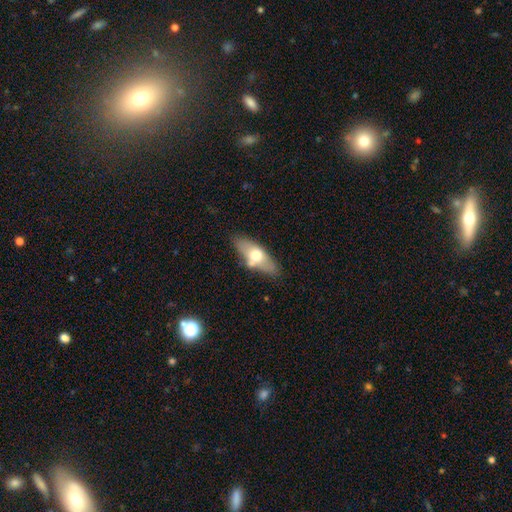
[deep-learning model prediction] Smooth or featured? smooth (58%)
How rounded? in between (73%)
Merging? none (71%)